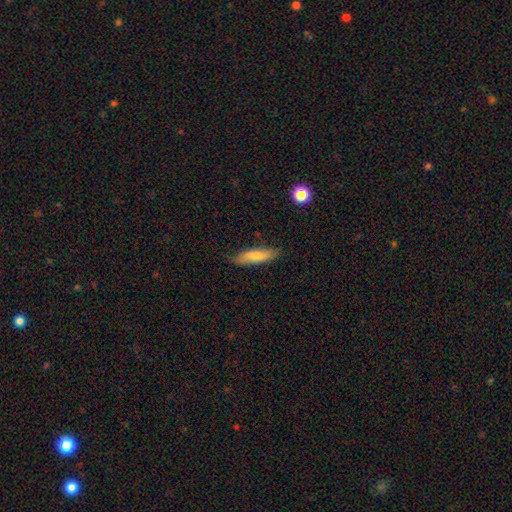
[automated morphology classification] smooth-or-featured: smooth: 75% | featured or disk: 19% | star or artifact: 6%
  how-rounded: cigar-shaped: 58% | in between: 40% | round: 2%
  merging: none: 80% | minor disturbance: 16% | major disturbance: 3% | merger: 1%